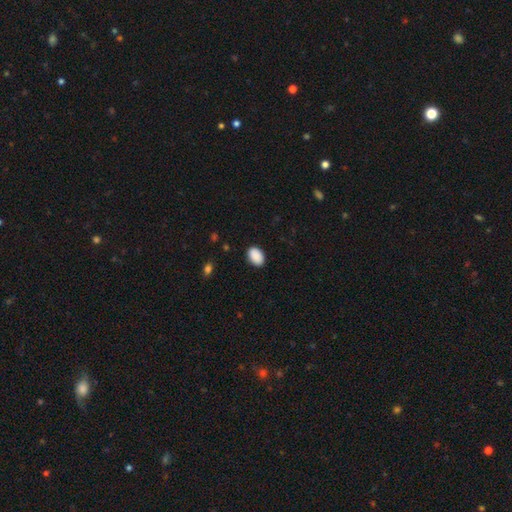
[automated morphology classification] smooth-or-featured: smooth: 91% | star or artifact: 7% | featured or disk: 3%
  how-rounded: in between: 88% | round: 11% | cigar-shaped: 1%
  merging: none: 87% | minor disturbance: 10% | major disturbance: 2% | merger: 1%